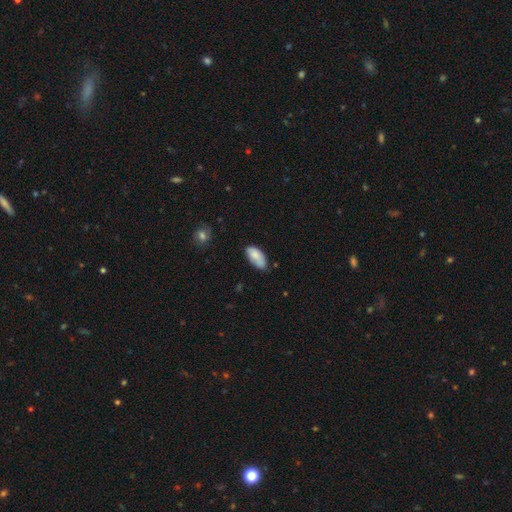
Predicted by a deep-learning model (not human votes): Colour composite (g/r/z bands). It shows a smooth galaxy with no disk features (81%) that is in between round and cigar-shaped (91%). Merging: none (60%).